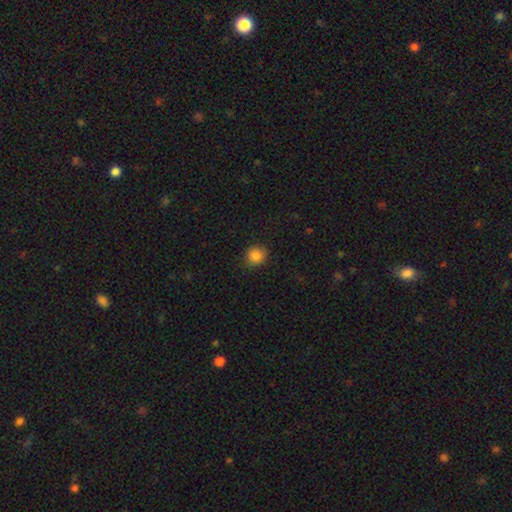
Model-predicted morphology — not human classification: smooth-or-featured: smooth: 86% | star or artifact: 11% | featured or disk: 4%
  how-rounded: round: 87% | in between: 12% | cigar-shaped: 1%
  merging: none: 87% | minor disturbance: 10% | major disturbance: 2% | merger: 1%